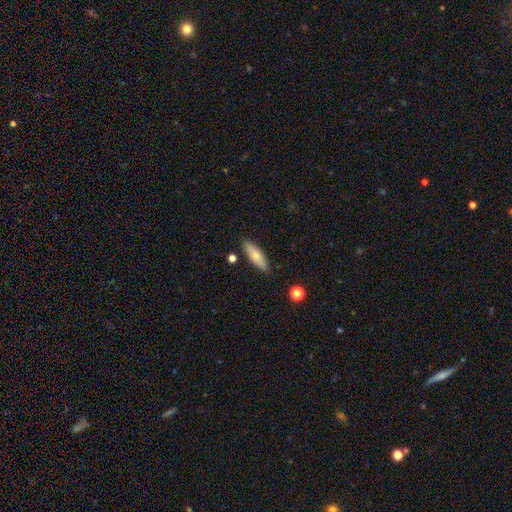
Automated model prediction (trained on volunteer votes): Morphology: type=smooth (65%); roundness=cigar-shaped (53%); merging=none (86%).